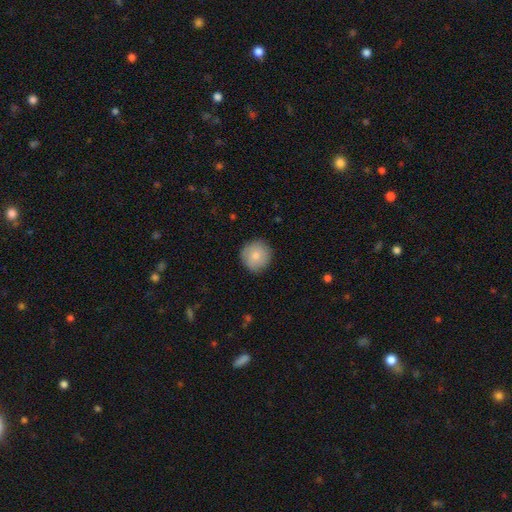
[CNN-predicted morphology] Smooth or featured: smooth — 82% (featured or disk — 12%)
How rounded: round — 94% (in between — 5%)
Merging: none — 87% (minor disturbance — 9%)